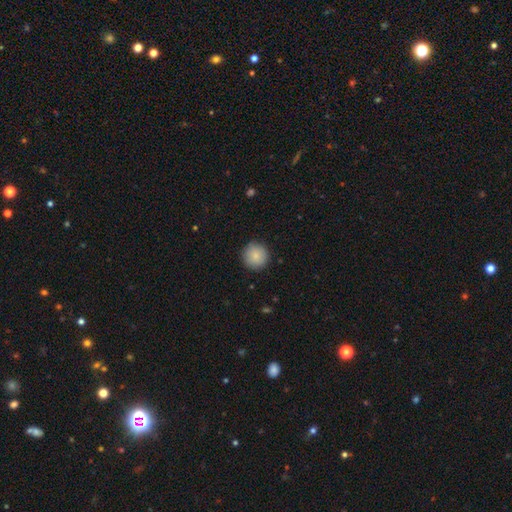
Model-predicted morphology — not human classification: Smooth or featured: smooth — 86% (star or artifact — 7%)
How rounded: round — 95% (in between — 4%)
Merging: none — 90% (minor disturbance — 8%)